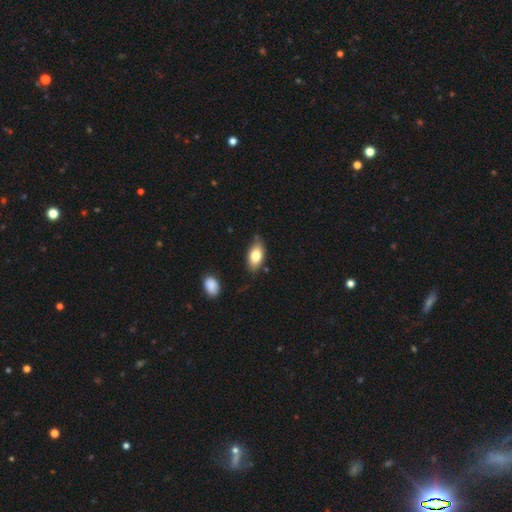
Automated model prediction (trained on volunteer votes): smooth 79%, featured or disk 14%, star or artifact 7%. Down the decision tree: how rounded — in between (91%); merging — none (76%).